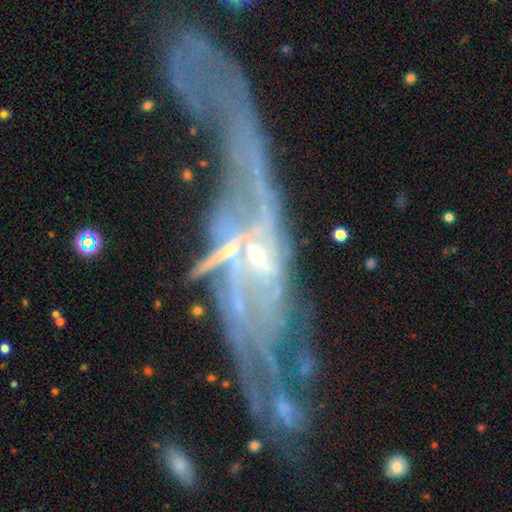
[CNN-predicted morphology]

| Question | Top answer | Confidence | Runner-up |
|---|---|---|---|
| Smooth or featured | featured or disk | 76% | star or artifact (14%) |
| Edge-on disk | no | 70% | yes (30%) |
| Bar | no | 52% | weak (32%) |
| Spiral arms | yes | 80% | no (20%) |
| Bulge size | small | 72% | moderate (13%) |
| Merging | none | 41% | major disturbance (30%) |